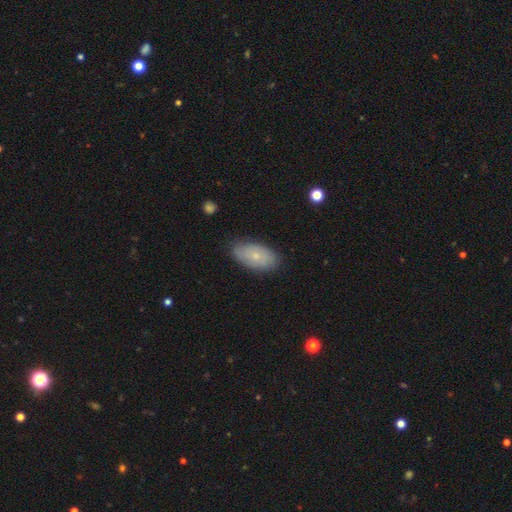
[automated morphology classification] A smooth galaxy with no disk features (64%) that is in between round and cigar-shaped (93%). Merging: none (79%).